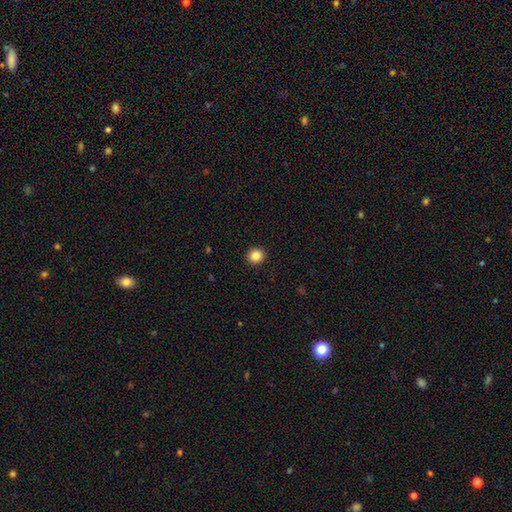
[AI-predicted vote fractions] smooth 86%, star or artifact 10%, featured or disk 4%. Down the decision tree: how rounded — round (92%); merging — none (93%).